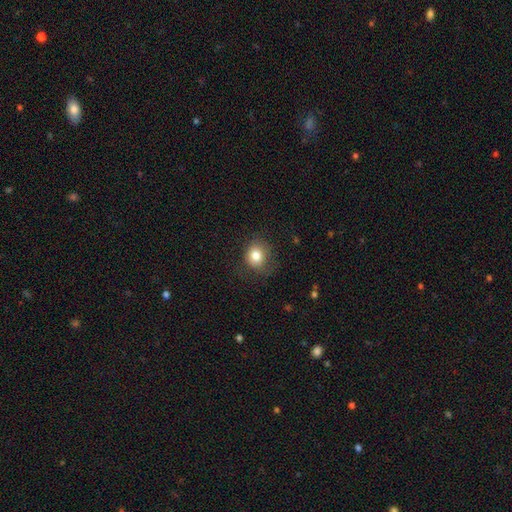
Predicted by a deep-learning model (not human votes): Smooth or featured? smooth (81%)
How rounded? round (73%)
Merging? none (71%)